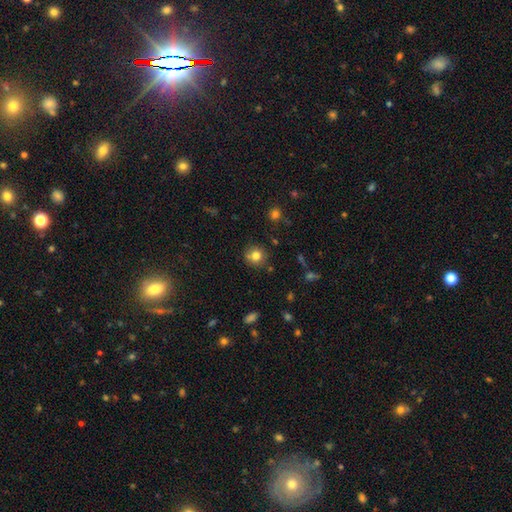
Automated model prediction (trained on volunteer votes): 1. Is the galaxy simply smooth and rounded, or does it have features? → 79% smooth, 12% star or artifact, 9% featured or disk.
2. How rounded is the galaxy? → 90% round, 9% in between, 1% cigar-shaped.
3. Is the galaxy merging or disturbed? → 81% none, 11% minor disturbance, 6% merger, 3% major disturbance.